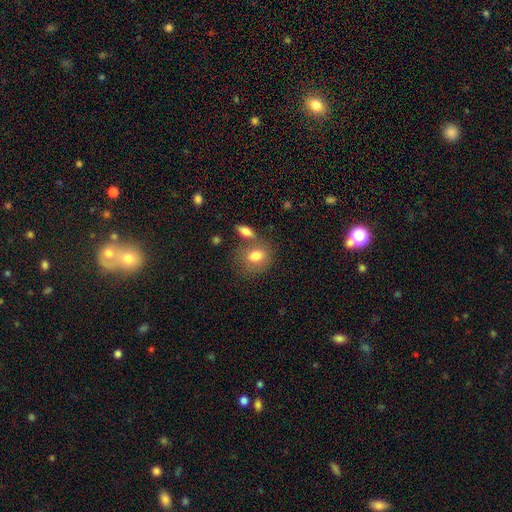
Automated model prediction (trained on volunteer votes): smooth 78%, featured or disk 14%, star or artifact 8%. Down the decision tree: how rounded — in between (54%); merging — none (53%).